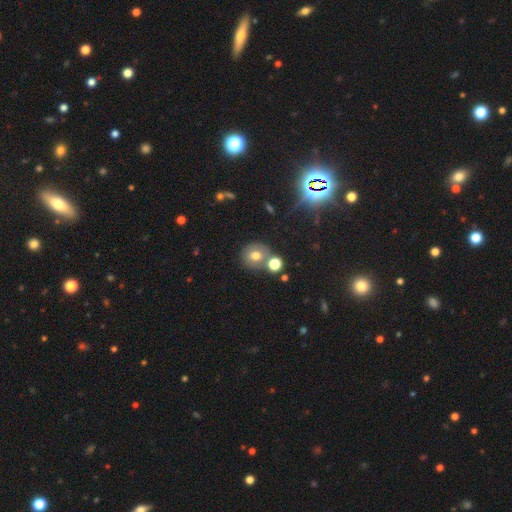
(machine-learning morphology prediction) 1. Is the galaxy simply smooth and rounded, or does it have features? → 65% smooth, 19% featured or disk, 16% star or artifact.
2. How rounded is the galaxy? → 83% round, 16% in between, 1% cigar-shaped.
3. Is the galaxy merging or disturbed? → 62% none, 22% merger, 11% minor disturbance, 4% major disturbance.